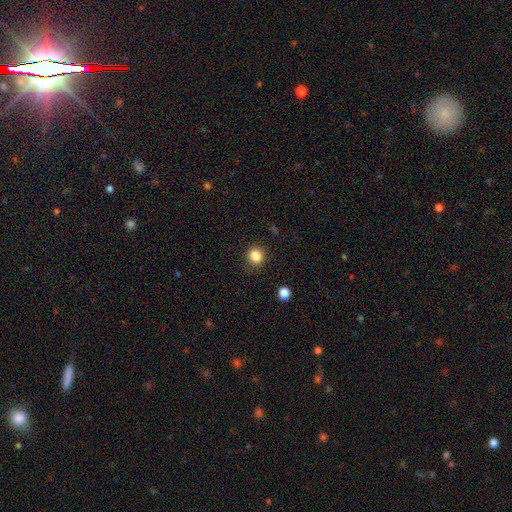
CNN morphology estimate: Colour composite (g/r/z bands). It shows a smooth galaxy with no disk features (84%) that is round (82%). Merging: none (86%).